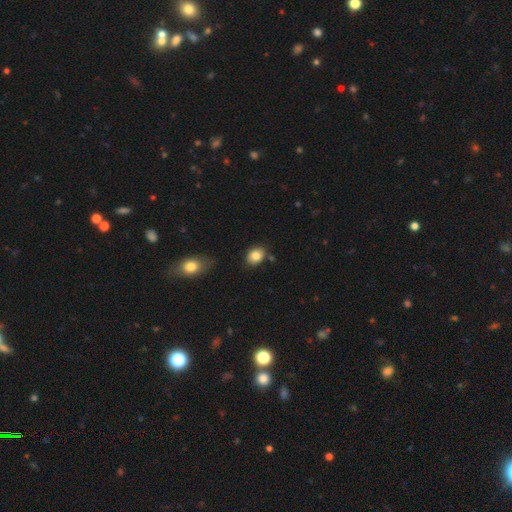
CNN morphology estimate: Smooth or featured? Predicted: smooth (p=0.84). How rounded? Predicted: in between (p=0.63). Merging? Predicted: none (p=0.79).